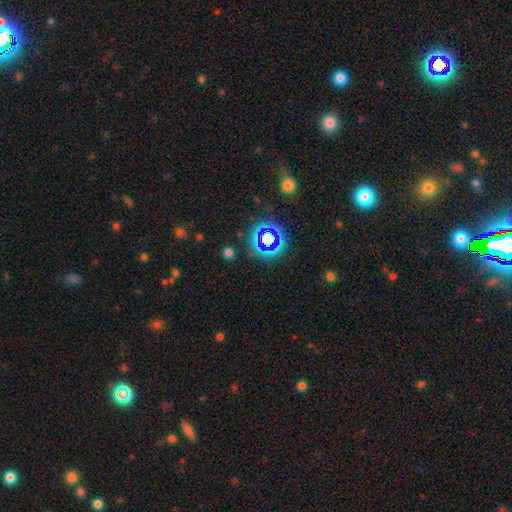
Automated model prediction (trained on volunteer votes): This appears to be a star or artifact, not a galaxy (43%).